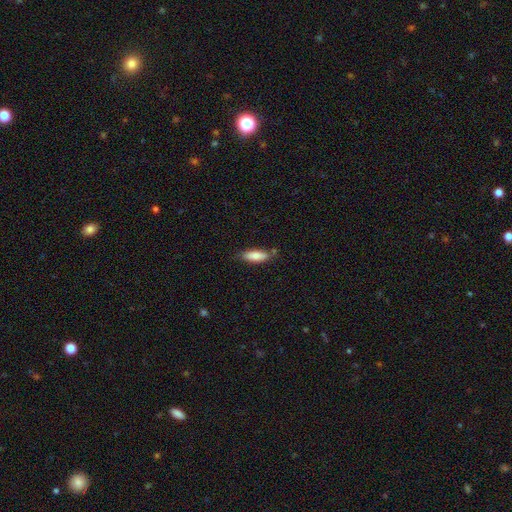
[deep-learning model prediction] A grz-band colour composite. It shows a smooth galaxy with no disk features (79%) that is in between round and cigar-shaped (59%). Merging: none (73%).